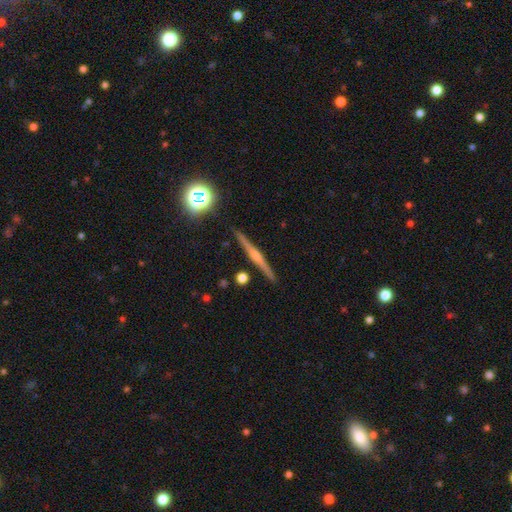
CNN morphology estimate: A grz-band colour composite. It shows a featured or disk galaxy (72%) viewed edge-on (98%) with a rounded central bulge (65%). Merging: none (91%).